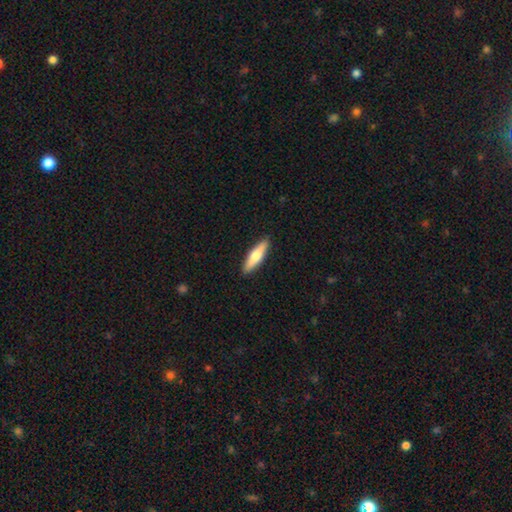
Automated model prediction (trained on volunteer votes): Smooth or featured? Predicted: smooth (p=0.64). How rounded? Predicted: cigar-shaped (p=0.73). Merging? Predicted: none (p=0.91).